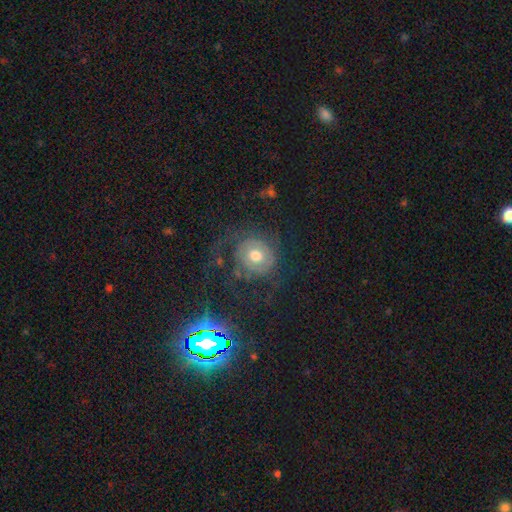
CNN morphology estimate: A featured or disk galaxy (55%) with no bar (77%), spiral arms (74%) and a moderate central bulge (70%). Merging: none (61%).